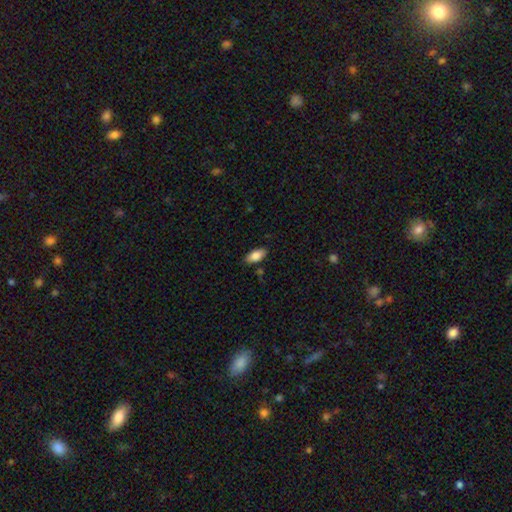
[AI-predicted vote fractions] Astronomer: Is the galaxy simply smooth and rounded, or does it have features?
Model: smooth — 84%.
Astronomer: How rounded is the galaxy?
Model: in between — 90%.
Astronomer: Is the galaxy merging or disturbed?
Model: none — 84%.